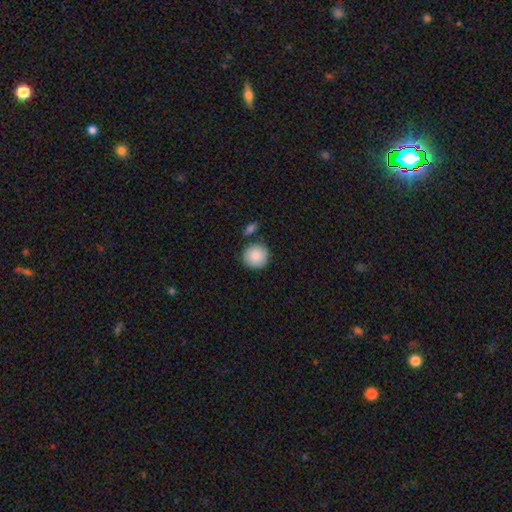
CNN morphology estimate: A smooth galaxy with no disk features (89%) that is round (92%). Merging: none (80%).